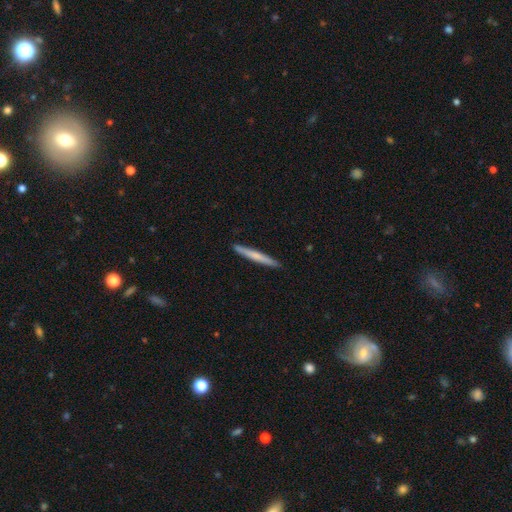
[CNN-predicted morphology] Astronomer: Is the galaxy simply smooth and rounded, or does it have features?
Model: smooth — 59% (runner-up: featured or disk, 36%).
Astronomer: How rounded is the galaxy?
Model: cigar-shaped — 97%.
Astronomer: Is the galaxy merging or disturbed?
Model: none — 91%.